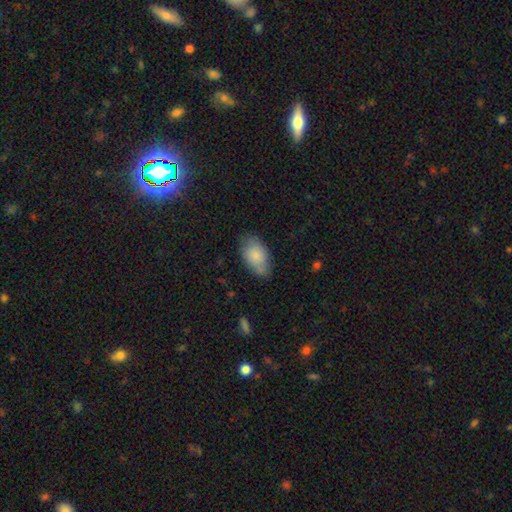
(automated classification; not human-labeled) Smooth or featured? Predicted: smooth (p=0.81). How rounded? Predicted: in between (p=0.93). Merging? Predicted: none (p=0.71).